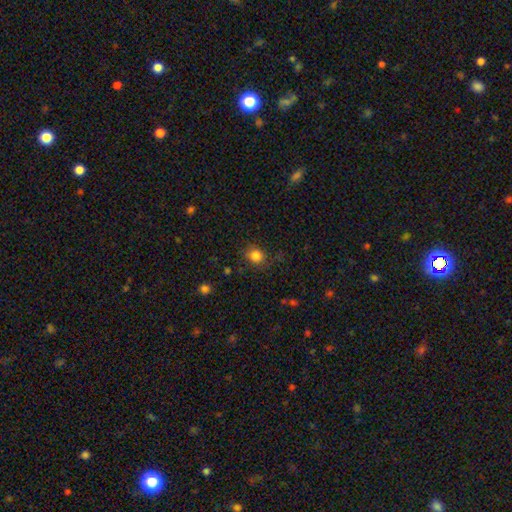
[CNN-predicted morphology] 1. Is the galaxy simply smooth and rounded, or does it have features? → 82% smooth, 12% star or artifact, 6% featured or disk.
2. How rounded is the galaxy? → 79% round, 20% in between, 1% cigar-shaped.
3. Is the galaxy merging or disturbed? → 77% none, 16% minor disturbance, 6% major disturbance, 2% merger.